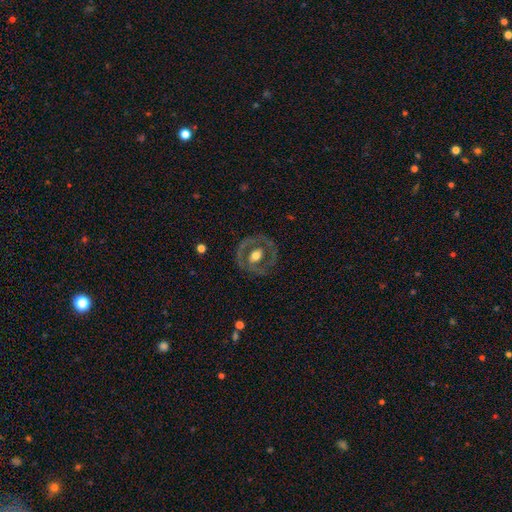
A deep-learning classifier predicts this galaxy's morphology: This is likely a featured or disk galaxy (65%). It is clearly not viewed edge-on (95%). Bar: likely no (66%). Spiral arm pattern: likely no (75%). Central bulge: possibly moderate (60%). Merging: likely none (77%).